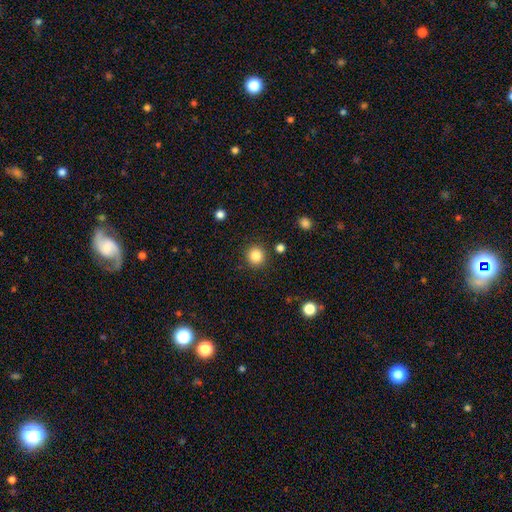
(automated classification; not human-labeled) smooth-or-featured: smooth: 86% | star or artifact: 10% | featured or disk: 4%
  how-rounded: round: 92% | in between: 7% | cigar-shaped: 1%
  merging: none: 89% | minor disturbance: 6% | major disturbance: 2% | merger: 2%